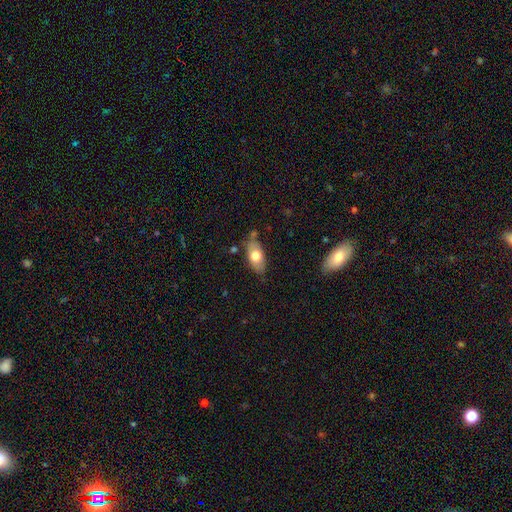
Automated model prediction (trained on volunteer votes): A smooth galaxy with no disk features (69%) that is in between round and cigar-shaped (89%).

Vote fractions:
- Smooth or featured? smooth: 69% / featured or disk: 25% / star or artifact: 6%
- How rounded? in between: 89% / cigar-shaped: 6% / round: 4%
- Merging? none: 71% / minor disturbance: 20% / merger: 5% / major disturbance: 4%